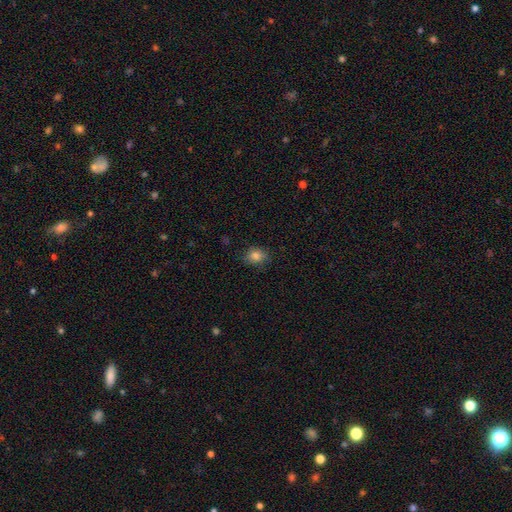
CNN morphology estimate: Smooth or featured?
  - smooth: 83% *
  - star or artifact: 11%
  - featured or disk: 6%
How rounded?
  - round: 55% *
  - in between: 44%
  - cigar-shaped: 1%
Merging?
  - none: 81% *
  - minor disturbance: 15%
  - major disturbance: 3%
  - merger: 1%